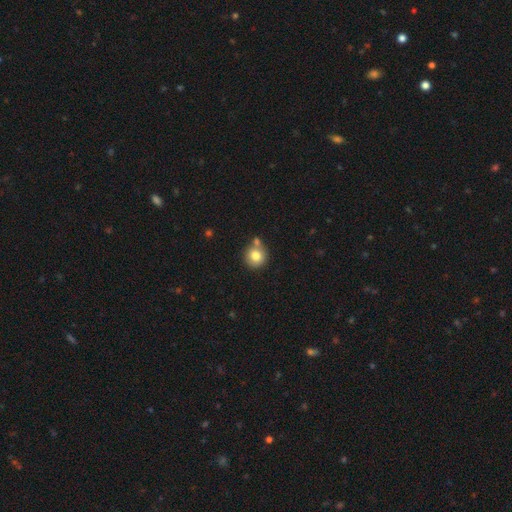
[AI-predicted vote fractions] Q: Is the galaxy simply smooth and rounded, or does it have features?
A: smooth — 80%.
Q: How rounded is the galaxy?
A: round — 91%.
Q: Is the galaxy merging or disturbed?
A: none — 64%.